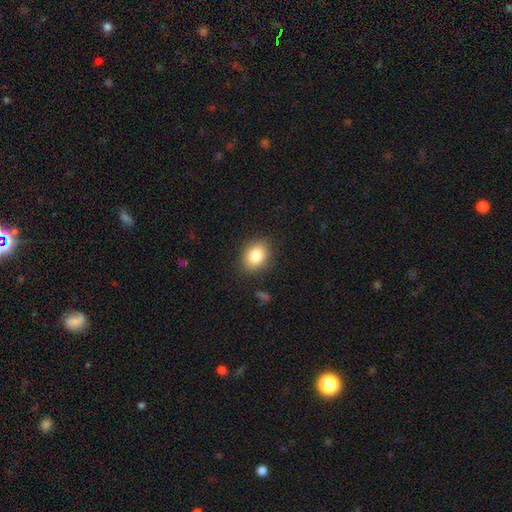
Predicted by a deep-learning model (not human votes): Q: Smooth or featured?
A: smooth (83%); runner-up: star or artifact (9%)
Q: How rounded?
A: in between (56%); runner-up: round (43%)
Q: Merging?
A: none (86%); runner-up: minor disturbance (10%)